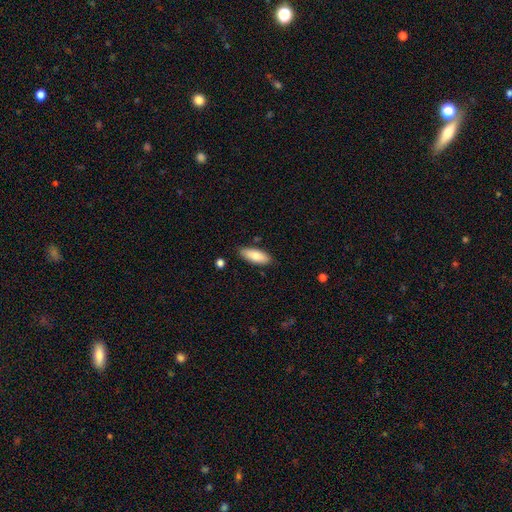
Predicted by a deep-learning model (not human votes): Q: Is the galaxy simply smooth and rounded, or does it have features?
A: smooth — 82%.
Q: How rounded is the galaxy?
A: in between — 76%.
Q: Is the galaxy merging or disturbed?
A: none — 84%.